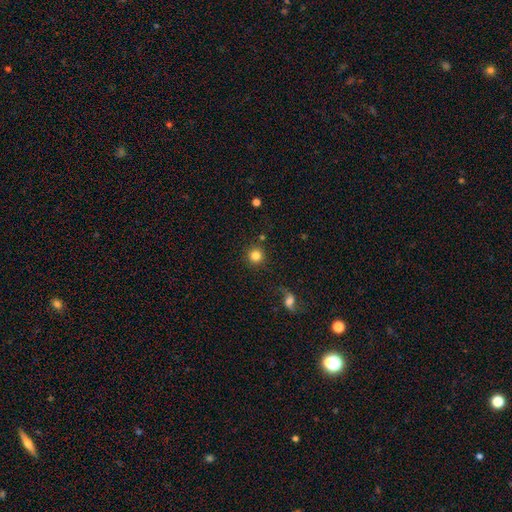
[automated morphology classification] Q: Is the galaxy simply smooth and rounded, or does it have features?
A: smooth — 83%.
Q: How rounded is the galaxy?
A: round — 95%.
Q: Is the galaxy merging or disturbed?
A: none — 88%.